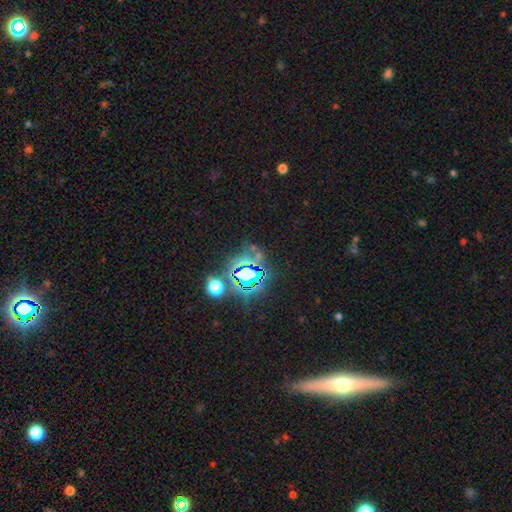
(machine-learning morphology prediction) A star or artifact, not a galaxy (77%).